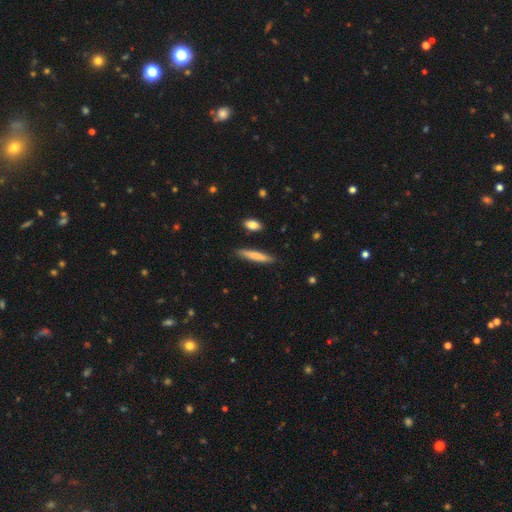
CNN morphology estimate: Smooth or featured? Predicted: smooth (p=0.78). How rounded? Predicted: cigar-shaped (p=0.89). Merging? Predicted: none (p=0.87).